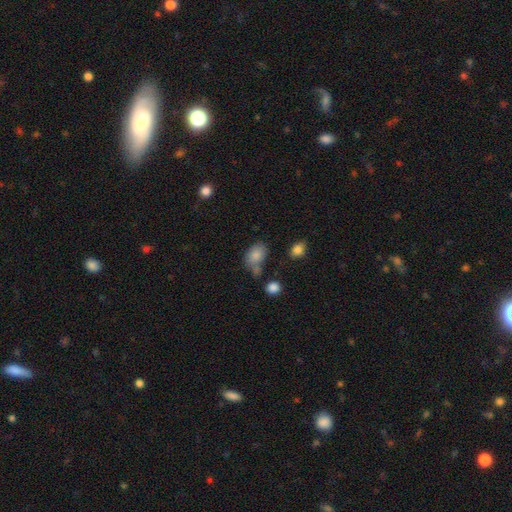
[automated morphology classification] smooth-or-featured: smooth: 82% | star or artifact: 9% | featured or disk: 9%
  how-rounded: in between: 82% | round: 17% | cigar-shaped: 1%
  merging: none: 54% | minor disturbance: 22% | merger: 17% | major disturbance: 7%